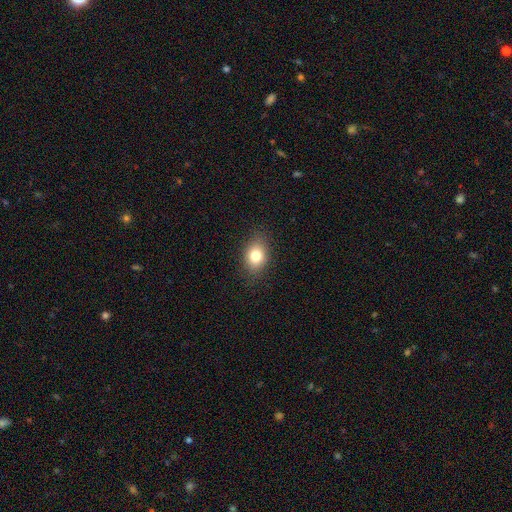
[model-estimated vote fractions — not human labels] Morphology: type=smooth (79%); roundness=in between (70%); merging=none (84%).